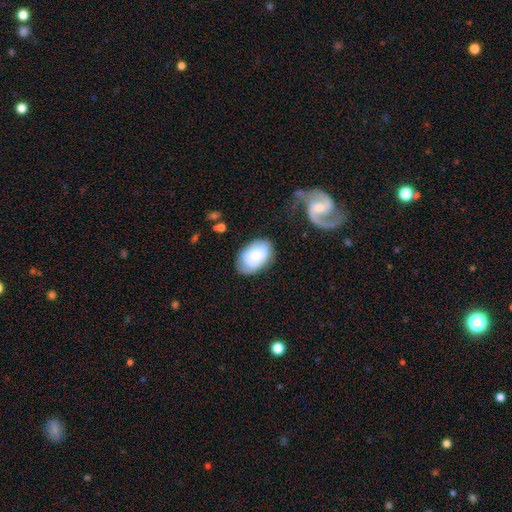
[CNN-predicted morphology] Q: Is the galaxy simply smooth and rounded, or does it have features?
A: featured or disk — 53%.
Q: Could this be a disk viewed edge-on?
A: no — 96%.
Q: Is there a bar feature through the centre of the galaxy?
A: no — 70%.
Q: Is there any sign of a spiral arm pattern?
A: yes — 78%.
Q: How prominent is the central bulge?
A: small — 46%.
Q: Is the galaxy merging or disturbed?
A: none — 57%.